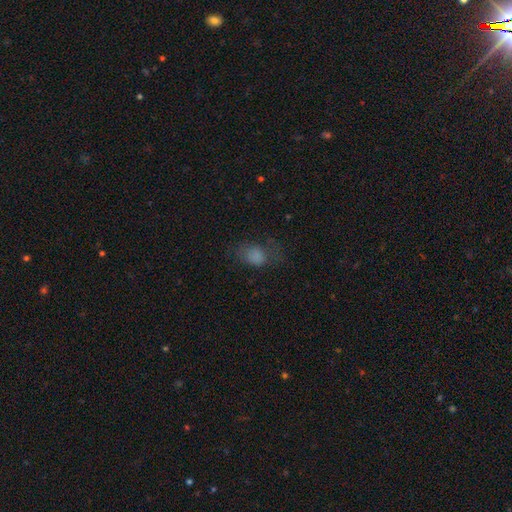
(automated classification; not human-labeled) smooth 73%, star or artifact 14%, featured or disk 12%. Down the decision tree: how rounded — in between (71%); merging — none (44%).